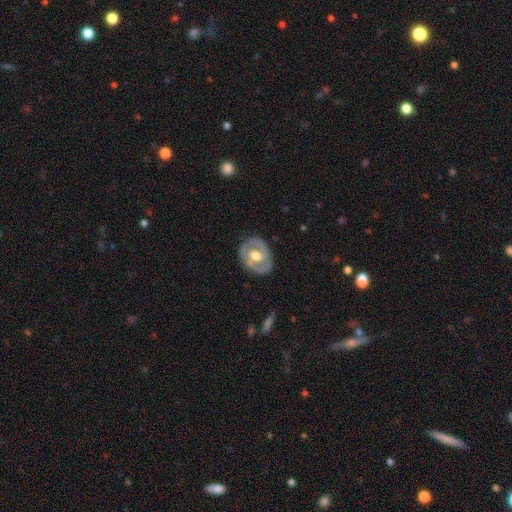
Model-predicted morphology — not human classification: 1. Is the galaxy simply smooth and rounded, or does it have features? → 75% featured or disk, 21% smooth, 4% star or artifact.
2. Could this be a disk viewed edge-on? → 96% no, 4% yes.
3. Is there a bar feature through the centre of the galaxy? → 49% no, 37% weak, 14% strong.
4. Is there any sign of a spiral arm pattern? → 65% yes, 35% no.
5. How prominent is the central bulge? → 64% moderate, 28% large, 5% small, 1% dominant, 1% none.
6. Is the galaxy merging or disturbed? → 81% none, 13% minor disturbance, 5% major disturbance, 1% merger.